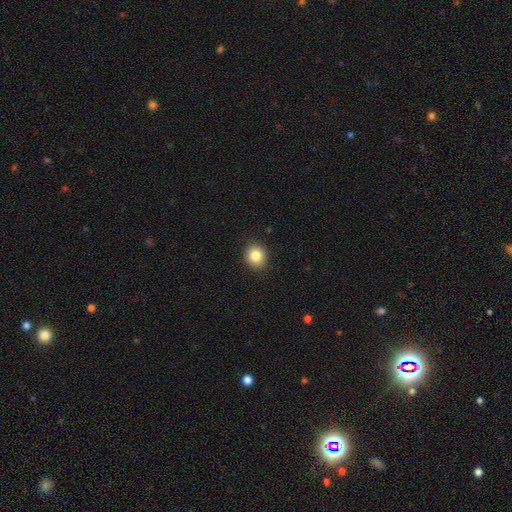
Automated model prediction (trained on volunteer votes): Overall: smooth (84%). How rounded: round (79%). Merging: none (90%).